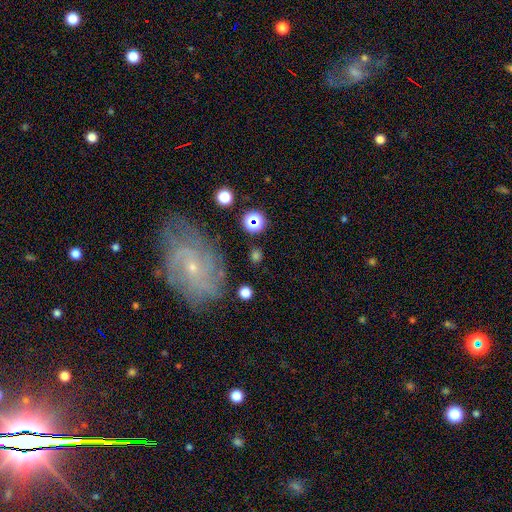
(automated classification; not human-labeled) Smooth or featured?
  - smooth: 48% *
  - featured or disk: 32%
  - star or artifact: 20%
Merging?
  - none: 80% *
  - minor disturbance: 11%
  - major disturbance: 5%
  - merger: 4%